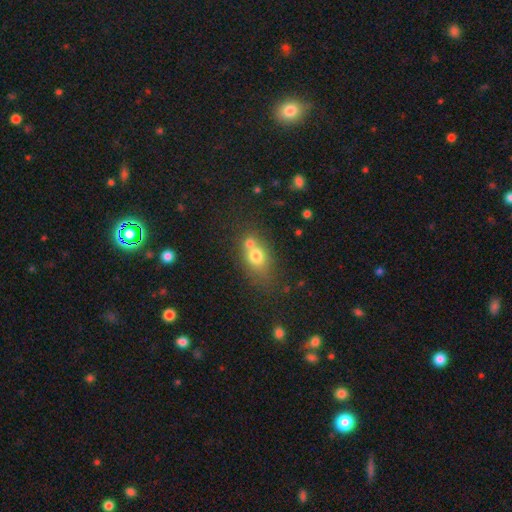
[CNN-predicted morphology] Smooth or featured? smooth (70%)
How rounded? in between (58%)
Merging? merger (47%)